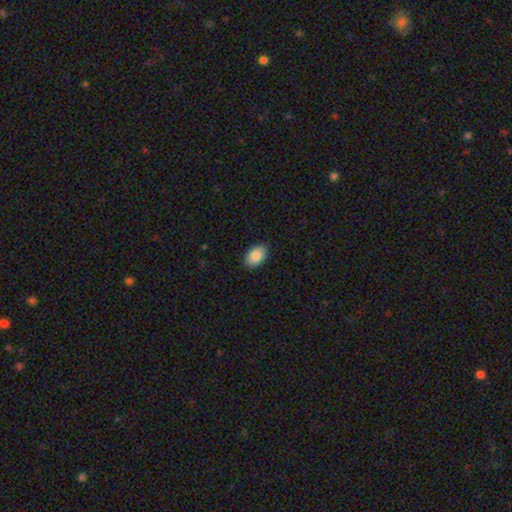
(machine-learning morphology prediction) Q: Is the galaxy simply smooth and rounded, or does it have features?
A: smooth — 88%.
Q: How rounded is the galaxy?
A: in between — 89%.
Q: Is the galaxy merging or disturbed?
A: none — 88%.